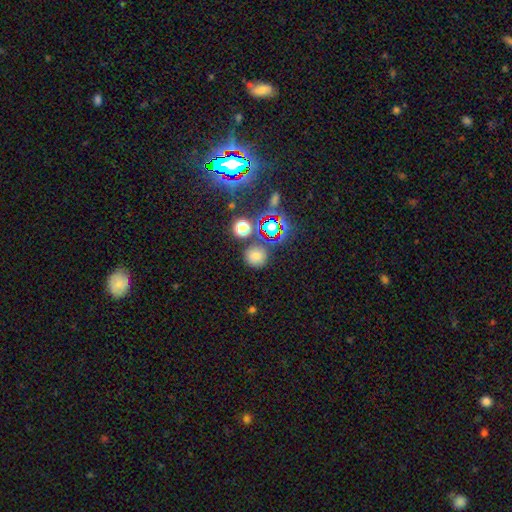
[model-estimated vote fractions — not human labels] smooth 67%, star or artifact 25%, featured or disk 8%. Down the decision tree: how rounded — round (90%); merging — none (77%).